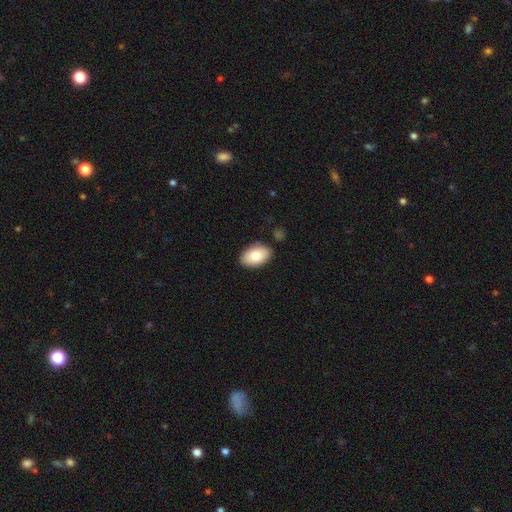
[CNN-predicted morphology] Overall: smooth (79%). How rounded: in between (92%). Merging: none (85%).